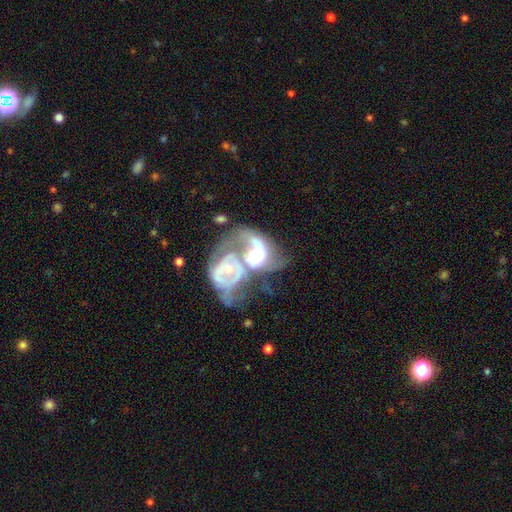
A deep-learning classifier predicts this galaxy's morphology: This appears to be a featured or disk galaxy (78%) with no bar (62%), 2 (53%) loose (39%, tied with medium) spiral arms (79%) and a moderate central bulge (57%). Merging: merger (77%).